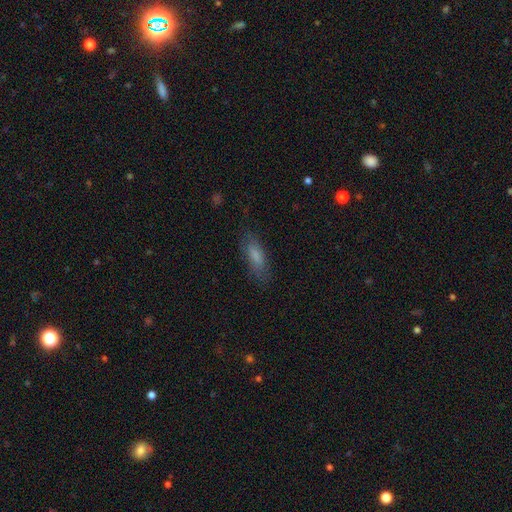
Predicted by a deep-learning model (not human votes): smooth 76%, featured or disk 16%, star or artifact 8%. Down the decision tree: how rounded — in between (60%); merging — none (78%).